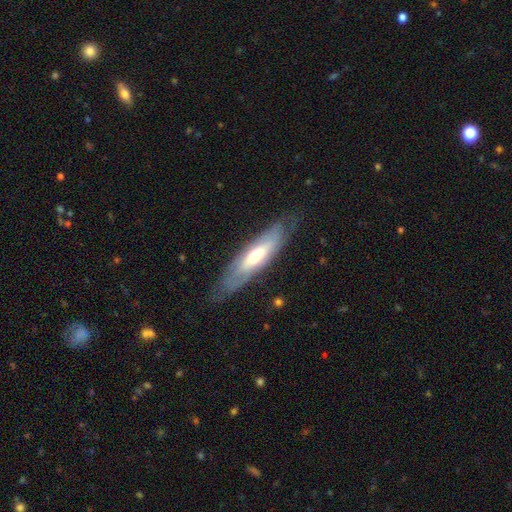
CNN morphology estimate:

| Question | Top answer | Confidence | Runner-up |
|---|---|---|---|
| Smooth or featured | featured or disk | 54% | smooth (40%) |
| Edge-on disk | no | 53% | yes (47%) |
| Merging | none | 72% | minor disturbance (19%) |